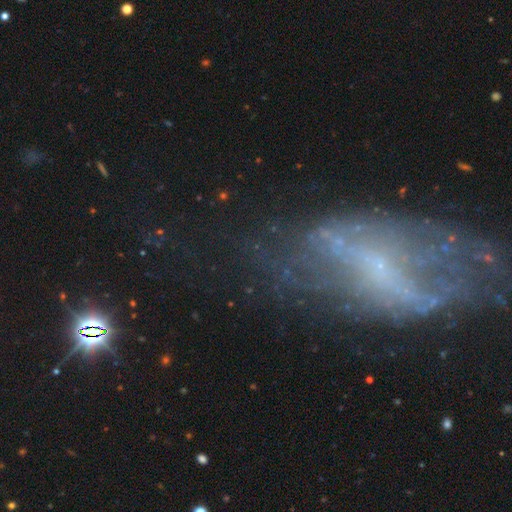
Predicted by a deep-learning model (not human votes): A featured or disk galaxy (61%) with no bar (57%), no spiral arms (59%) and a small central bulge (60%). Merging: none (48%).